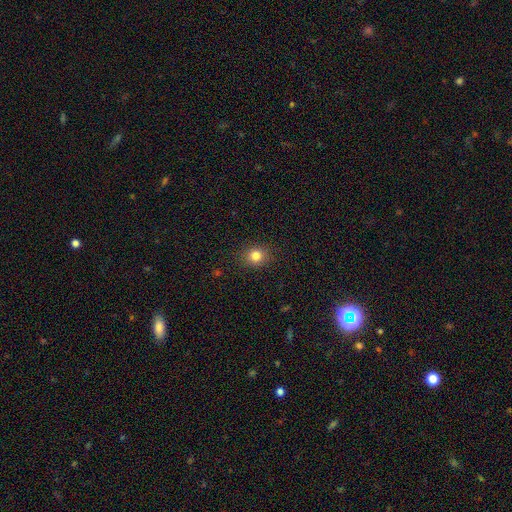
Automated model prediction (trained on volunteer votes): This is clearly a smooth galaxy (81%). How rounded: likely round (77%). Merging: clearly none (89%).